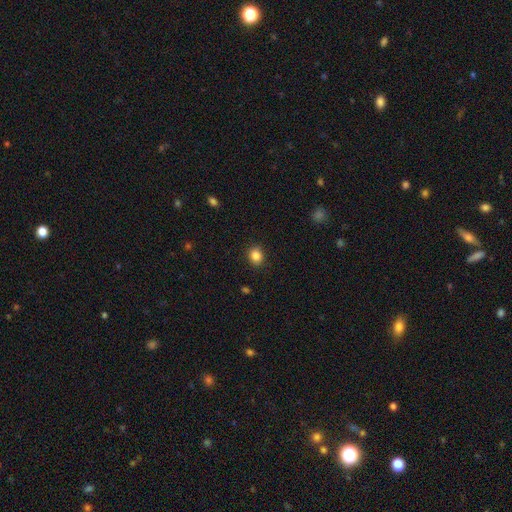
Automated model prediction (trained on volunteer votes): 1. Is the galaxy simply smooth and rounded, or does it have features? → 85% smooth, 10% star or artifact, 4% featured or disk.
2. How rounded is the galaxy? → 71% round, 28% in between, 1% cigar-shaped.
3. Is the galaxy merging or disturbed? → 89% none, 8% minor disturbance, 2% major disturbance, 1% merger.